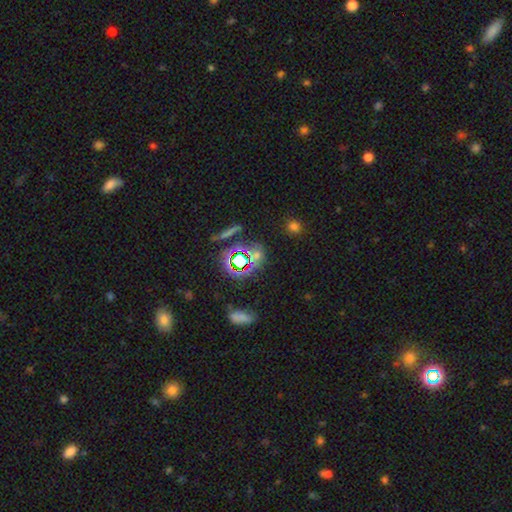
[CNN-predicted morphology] This is possibly a star or artifact rather than a galaxy (56%).